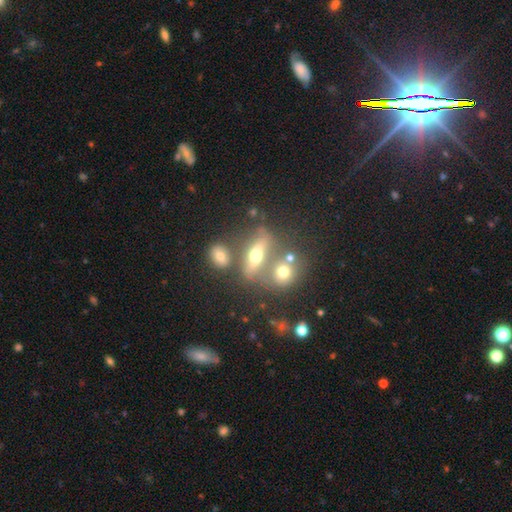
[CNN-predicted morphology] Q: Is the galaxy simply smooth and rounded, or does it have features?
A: smooth — 51%.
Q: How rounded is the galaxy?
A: in between — 53%.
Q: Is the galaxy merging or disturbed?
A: none — 54%.